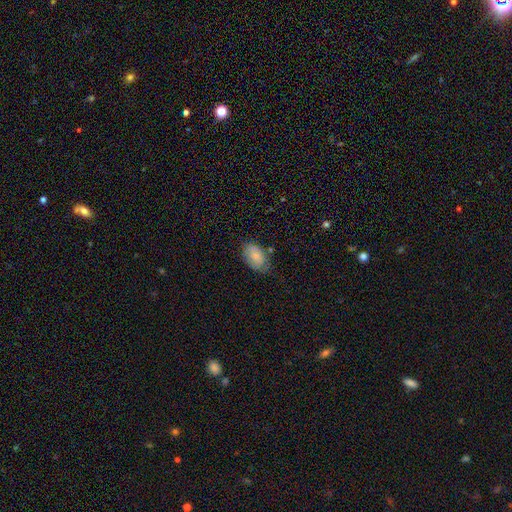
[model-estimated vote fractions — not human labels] This is clearly a smooth galaxy (80%). How rounded: clearly in between (92%). Merging: likely none (68%).